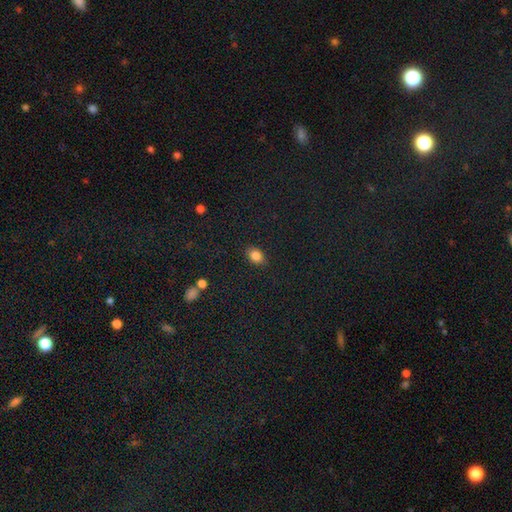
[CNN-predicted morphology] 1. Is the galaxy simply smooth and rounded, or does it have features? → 84% smooth, 10% star or artifact, 6% featured or disk.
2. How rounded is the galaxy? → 74% in between, 25% round, 1% cigar-shaped.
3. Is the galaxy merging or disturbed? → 86% none, 10% minor disturbance, 3% major disturbance, 1% merger.